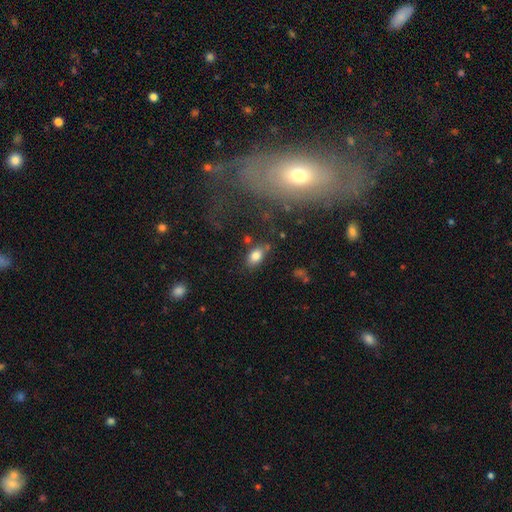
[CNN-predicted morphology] smooth_or_featured: smooth (p=0.81) [alt: star or artifact p=0.09]
how_rounded: in between (p=0.87) [alt: round p=0.10]
merging: none (p=0.72) [alt: minor disturbance p=0.17]